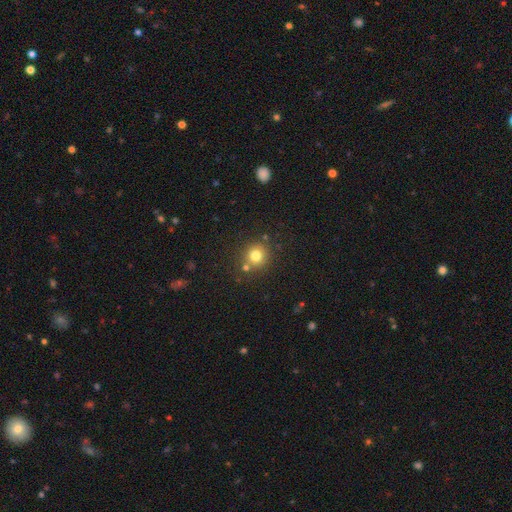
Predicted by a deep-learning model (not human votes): Smooth or featured?
  - smooth: 77% *
  - star or artifact: 14%
  - featured or disk: 8%
How rounded?
  - round: 89% *
  - in between: 10%
  - cigar-shaped: 1%
Merging?
  - none: 76% *
  - merger: 11%
  - minor disturbance: 9%
  - major disturbance: 3%